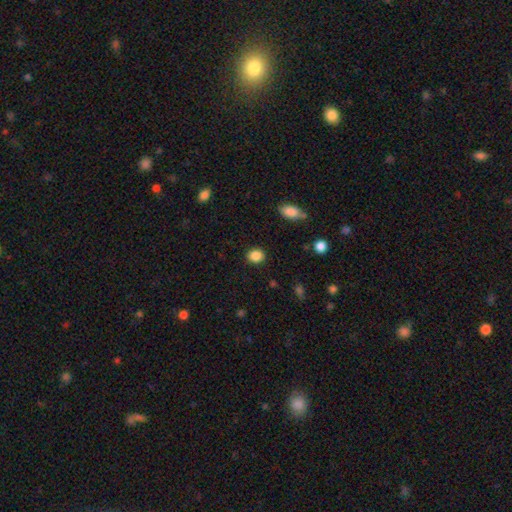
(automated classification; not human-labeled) A smooth galaxy with no disk features (87%) that is round (68%). Merging: none (89%).